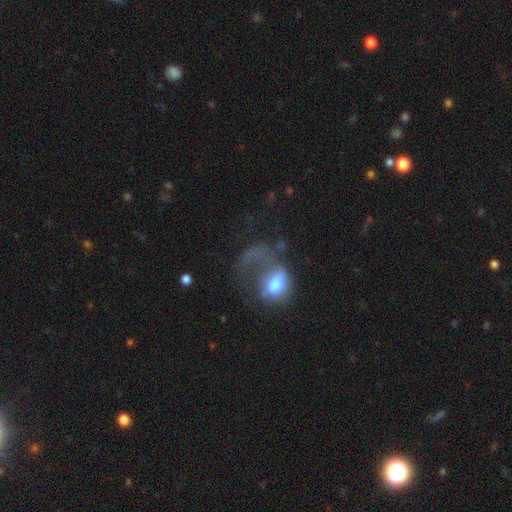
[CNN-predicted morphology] This appears to be a smooth galaxy with no disk features (47%). Merging: major disturbance (62%).